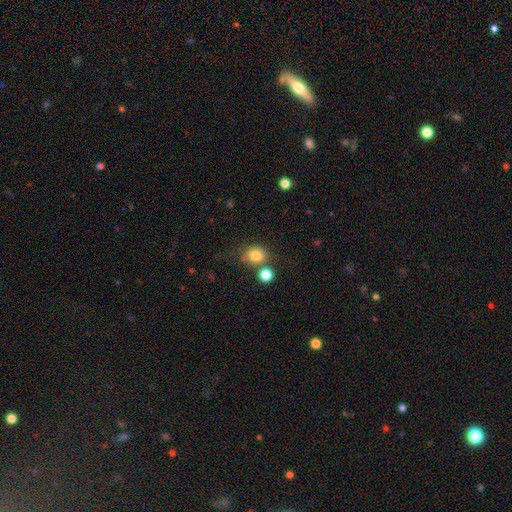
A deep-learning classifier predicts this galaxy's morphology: A smooth galaxy with no disk features (81%) that is round (68%). Merging: none (67%).